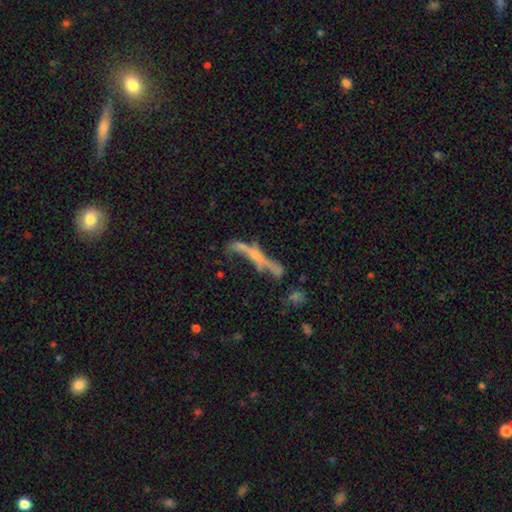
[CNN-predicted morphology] The model was most divided on "merging": none: 43%, major disturbance: 21%, merger: 18%, minor disturbance: 18%. More confident: edge-on disk — yes (72%); smooth or featured — featured or disk (63%).